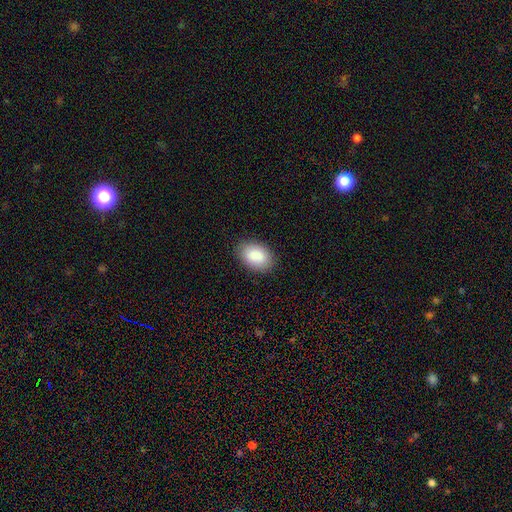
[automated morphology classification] Smooth or featured?
  - smooth: 89% *
  - star or artifact: 6%
  - featured or disk: 5%
How rounded?
  - in between: 90% *
  - round: 9%
  - cigar-shaped: 1%
Merging?
  - none: 86% *
  - minor disturbance: 10%
  - major disturbance: 2%
  - merger: 1%